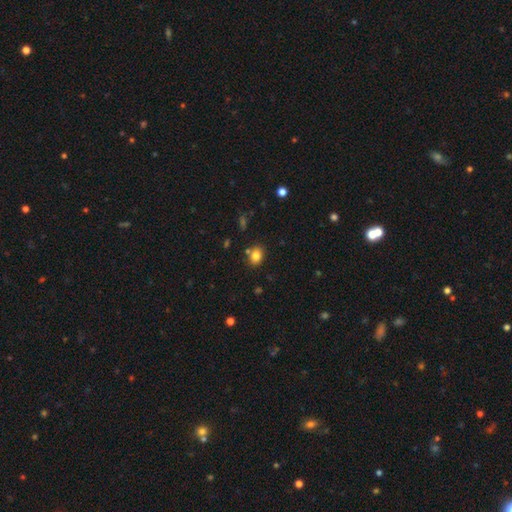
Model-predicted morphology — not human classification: Smooth or featured? Predicted: smooth (p=0.82). How rounded? Predicted: in between (p=0.59). Merging? Predicted: none (p=0.78).